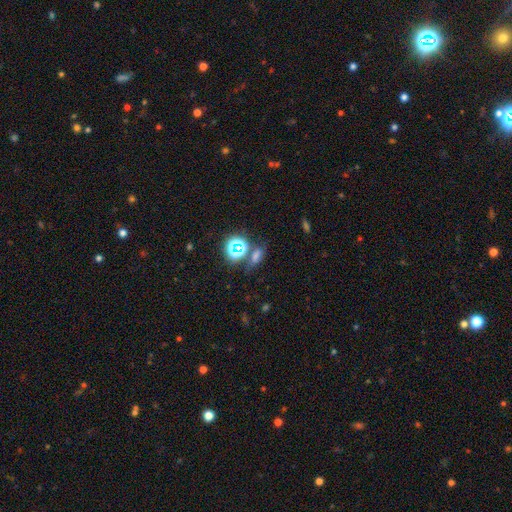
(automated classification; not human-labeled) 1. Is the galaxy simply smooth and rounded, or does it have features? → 48% smooth, 41% star or artifact, 11% featured or disk.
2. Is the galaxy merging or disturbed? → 64% none, 17% merger, 13% minor disturbance, 6% major disturbance.